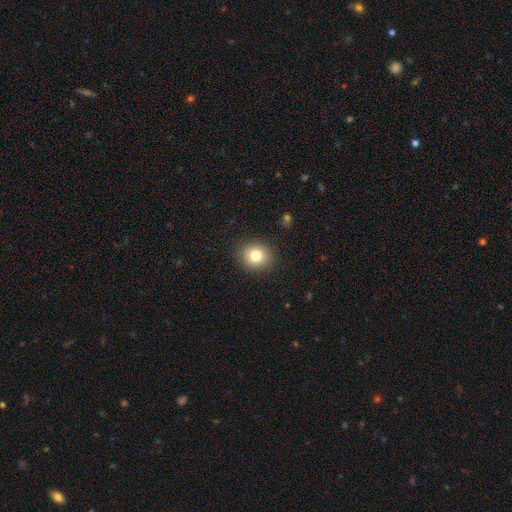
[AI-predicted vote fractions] This is clearly a smooth galaxy (81%). How rounded: likely round (73%). Merging: clearly none (89%).